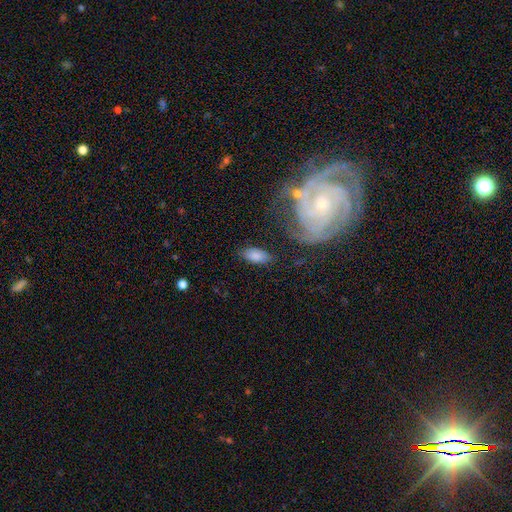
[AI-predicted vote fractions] Smooth or featured?
  - smooth: 79% *
  - featured or disk: 13%
  - star or artifact: 7%
How rounded?
  - in between: 91% *
  - cigar-shaped: 6%
  - round: 3%
Merging?
  - none: 76% *
  - minor disturbance: 15%
  - major disturbance: 6%
  - merger: 4%